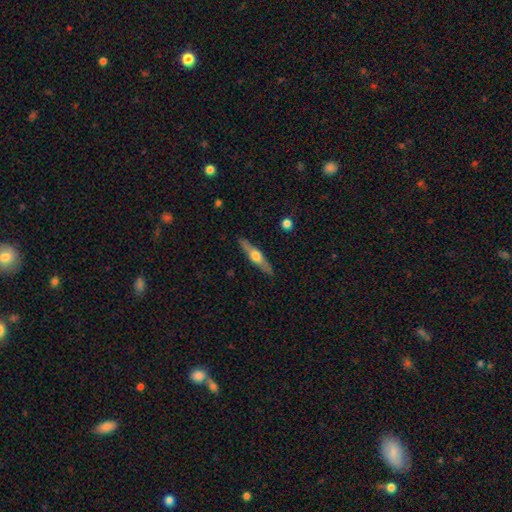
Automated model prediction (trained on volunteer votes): Overall: featured or disk (57%; smooth 37%). Edge-on disk: yes (93%). Edge-on bulge: rounded (92%). Merging: none (89%).